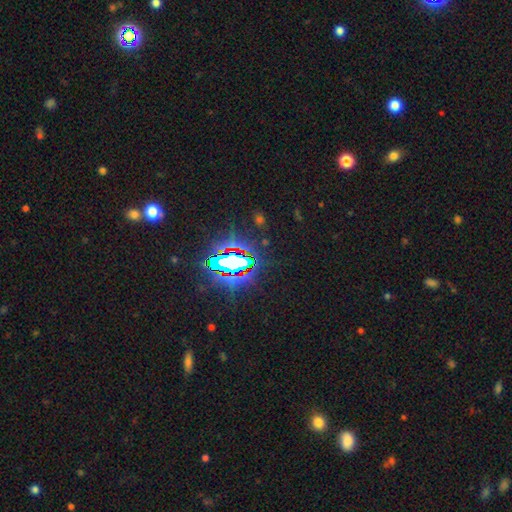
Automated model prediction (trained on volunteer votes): smooth_or_featured: star or artifact (p=0.84) [alt: smooth p=0.10]